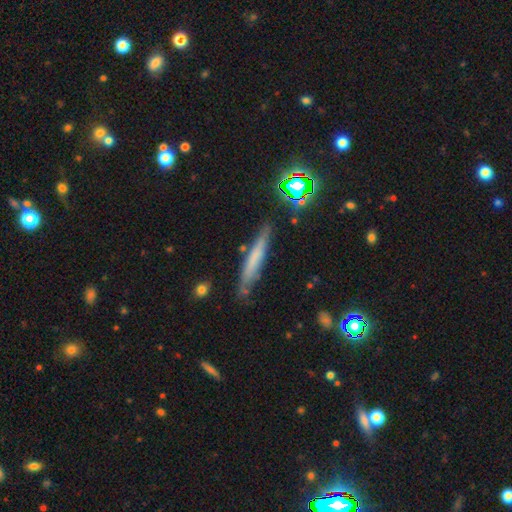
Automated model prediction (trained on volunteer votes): This appears to be a smooth galaxy with no disk features (57%) that is cigar-shaped (92%). Merging: none (77%).